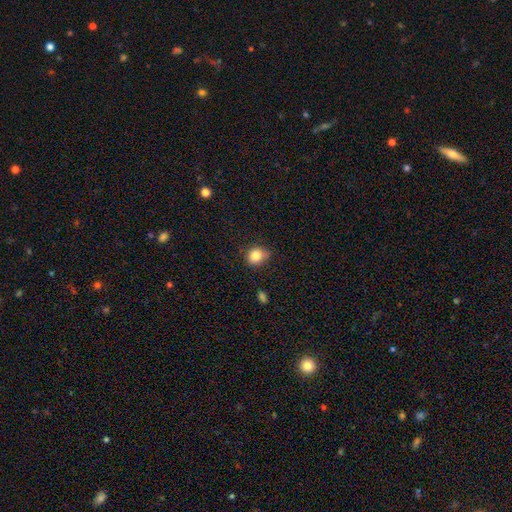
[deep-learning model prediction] A smooth galaxy with no disk features (83%) that is round (72%).

Vote fractions:
- Smooth or featured? smooth: 83% / star or artifact: 11% / featured or disk: 7%
- How rounded? round: 72% / in between: 27% / cigar-shaped: 1%
- Merging? none: 65% / minor disturbance: 27% / major disturbance: 5% / merger: 3%